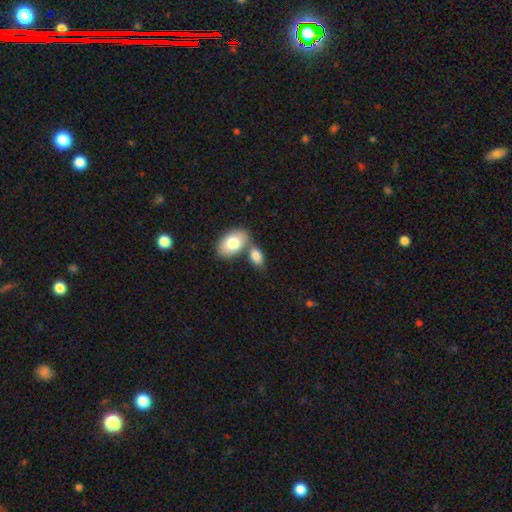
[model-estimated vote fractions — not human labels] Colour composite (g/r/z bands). It shows a smooth galaxy with no disk features (81%) that is in between round and cigar-shaped (90%). Merging: none (45%).